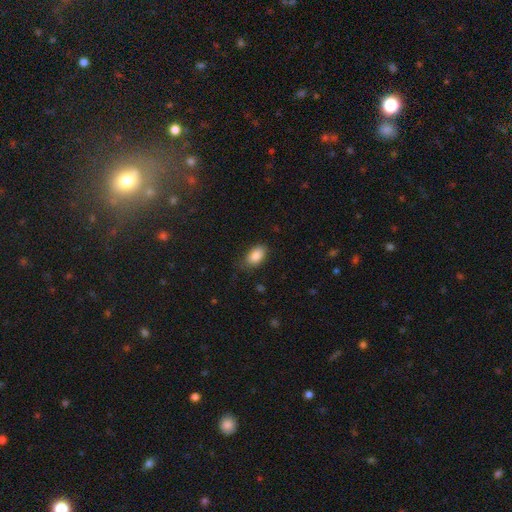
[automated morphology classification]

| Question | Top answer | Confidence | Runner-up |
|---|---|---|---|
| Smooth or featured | smooth | 86% | star or artifact (8%) |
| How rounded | in between | 92% | round (6%) |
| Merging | none | 76% | minor disturbance (19%) |